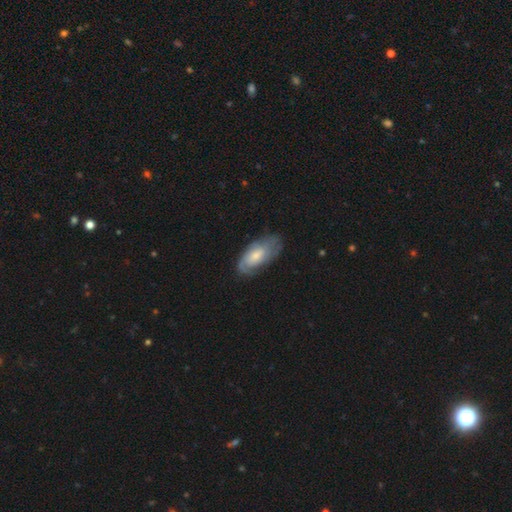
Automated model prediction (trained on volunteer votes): This is possibly a featured or disk galaxy (51%). It is clearly not viewed edge-on (91%). Merging: likely none (63%).